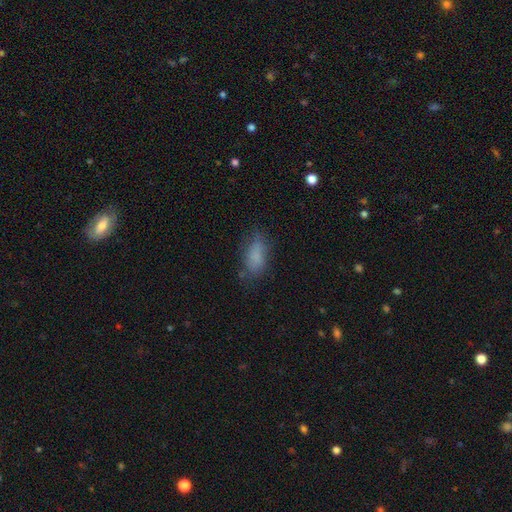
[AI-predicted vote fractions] A smooth galaxy with no disk features (78%) that is in between round and cigar-shaped (85%).

Vote fractions:
- Smooth or featured? smooth: 78% / featured or disk: 12% / star or artifact: 10%
- How rounded? in between: 85% / cigar-shaped: 11% / round: 4%
- Merging? none: 64% / minor disturbance: 23% / major disturbance: 10% / merger: 2%